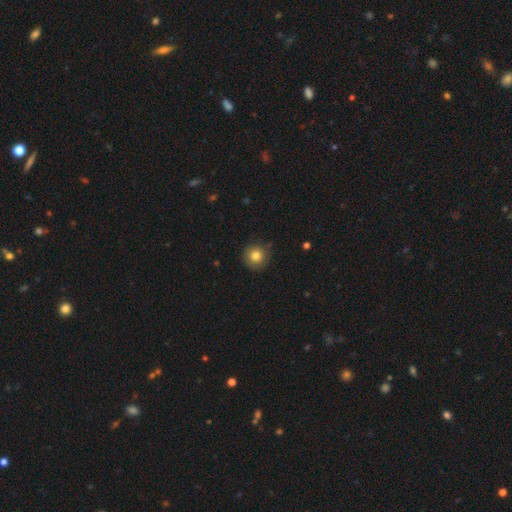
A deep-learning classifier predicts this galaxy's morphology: This is clearly a smooth galaxy (81%). How rounded: clearly round (94%). Merging: clearly none (85%).